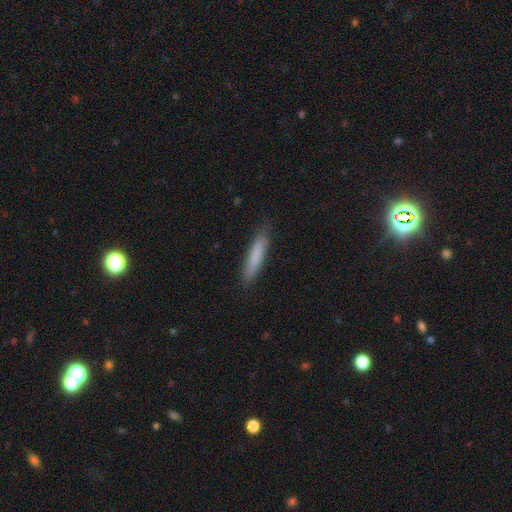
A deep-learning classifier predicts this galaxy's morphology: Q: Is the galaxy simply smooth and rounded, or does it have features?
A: smooth — 81%.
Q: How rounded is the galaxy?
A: cigar-shaped — 89%.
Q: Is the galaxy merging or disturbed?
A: none — 86%.